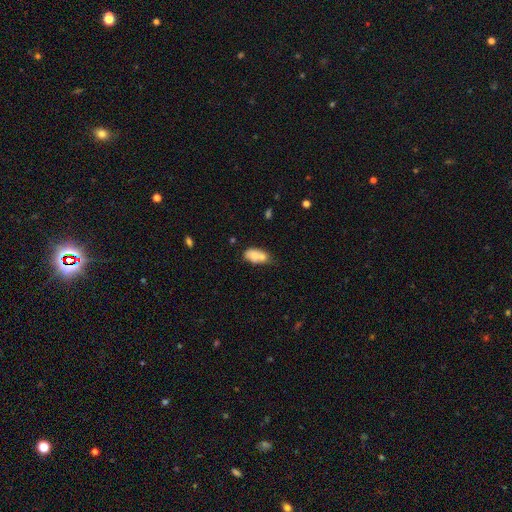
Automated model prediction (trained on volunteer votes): This is likely a smooth galaxy (72%). How rounded: clearly in between (85%). Merging: possibly merger (46%).